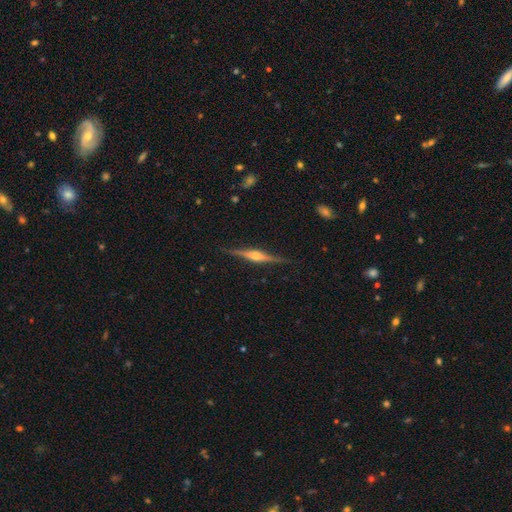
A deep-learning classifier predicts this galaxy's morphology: smooth_or_featured: featured or disk (p=0.82) [alt: smooth p=0.13]
disk_edge_on: yes (p=0.98) [alt: no p=0.02]
edge_on_bulge: rounded (p=0.90) [alt: boxy p=0.07]
merging: none (p=0.88) [alt: minor disturbance p=0.09]